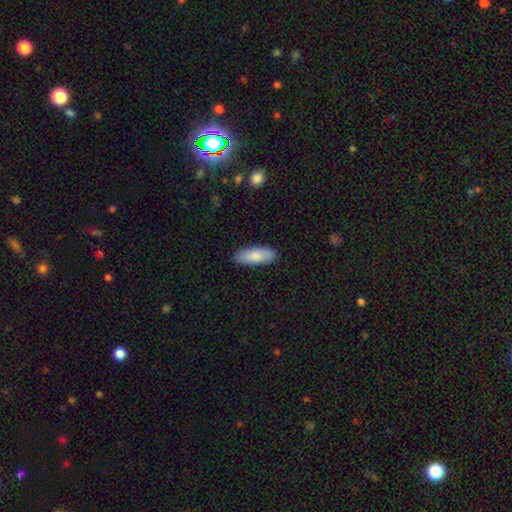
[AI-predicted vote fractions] Q: Smooth or featured?
A: smooth (85%); runner-up: featured or disk (9%)
Q: How rounded?
A: in between (71%); runner-up: cigar-shaped (28%)
Q: Merging?
A: none (86%); runner-up: minor disturbance (10%)